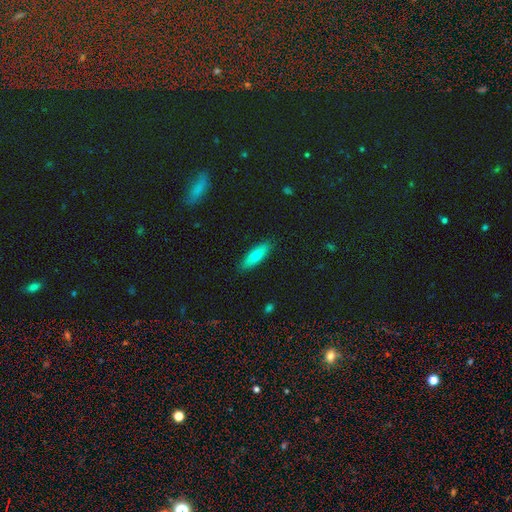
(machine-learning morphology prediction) A smooth galaxy with no disk features (65%) that is cigar-shaped (51%). Merging: none (88%).